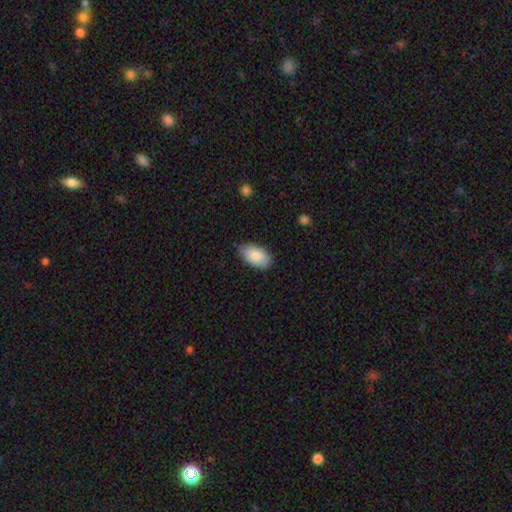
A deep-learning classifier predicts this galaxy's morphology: Smooth or featured? smooth (84%)
How rounded? in between (94%)
Merging? none (79%)